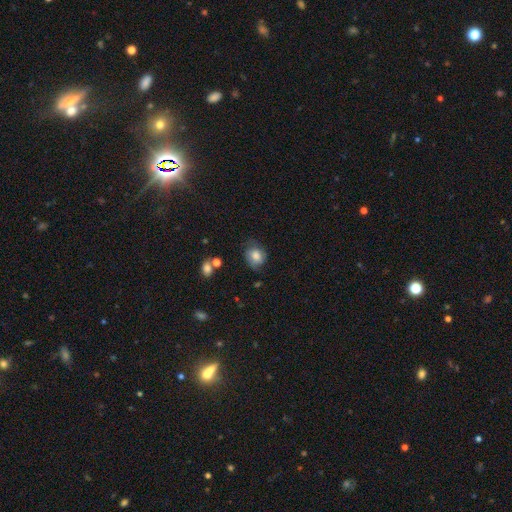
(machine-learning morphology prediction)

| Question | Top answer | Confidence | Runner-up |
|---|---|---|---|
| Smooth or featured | smooth | 68% | featured or disk (23%) |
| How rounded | round | 55% | in between (44%) |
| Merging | none | 57% | minor disturbance (29%) |